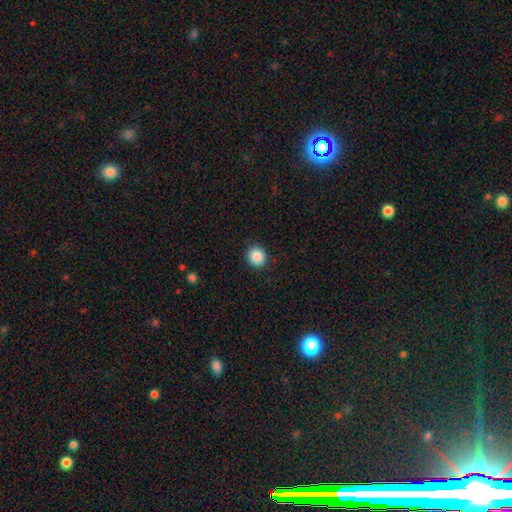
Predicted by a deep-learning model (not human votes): Overall: smooth (88%). How rounded: round (87%). Merging: none (90%).